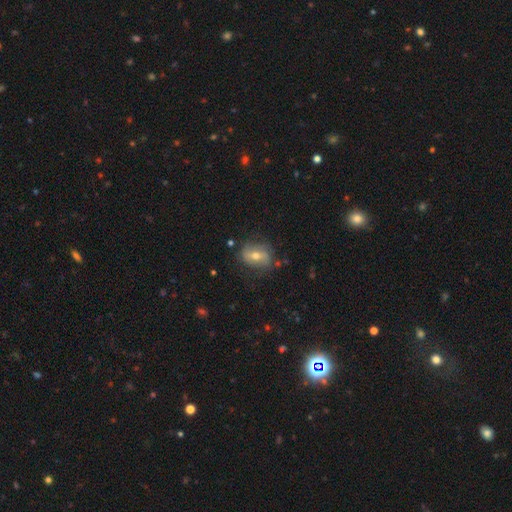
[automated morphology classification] Q: Smooth or featured?
A: featured or disk (49%); runner-up: smooth (40%)
Q: Merging?
A: none (71%); runner-up: minor disturbance (19%)